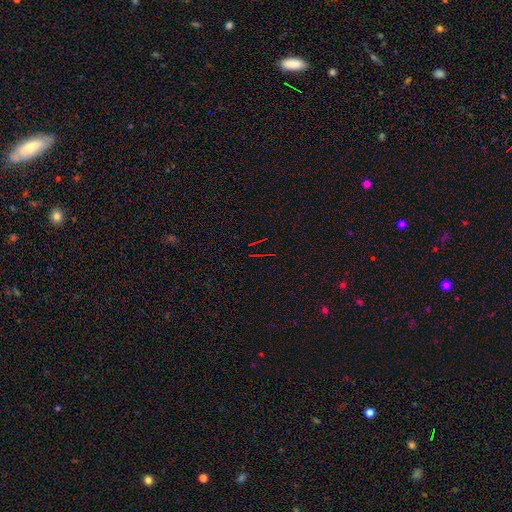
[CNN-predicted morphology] The model was most divided on "smooth or featured": star or artifact: 75%, featured or disk: 14%, smooth: 12%.